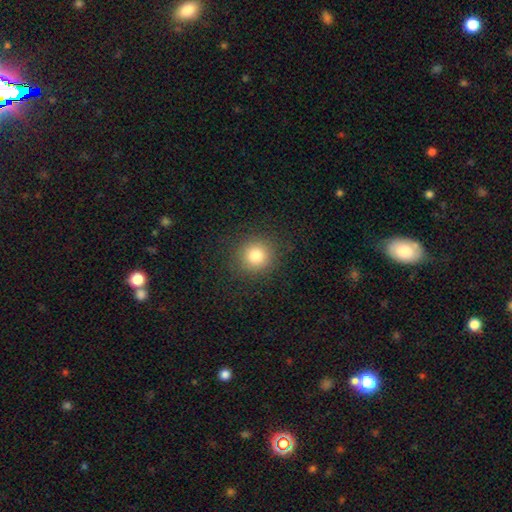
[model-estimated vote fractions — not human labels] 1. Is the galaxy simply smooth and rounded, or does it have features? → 81% smooth, 12% star or artifact, 7% featured or disk.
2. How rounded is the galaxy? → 92% round, 8% in between, 1% cigar-shaped.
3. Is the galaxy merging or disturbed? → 89% none, 7% minor disturbance, 3% major disturbance, 1% merger.